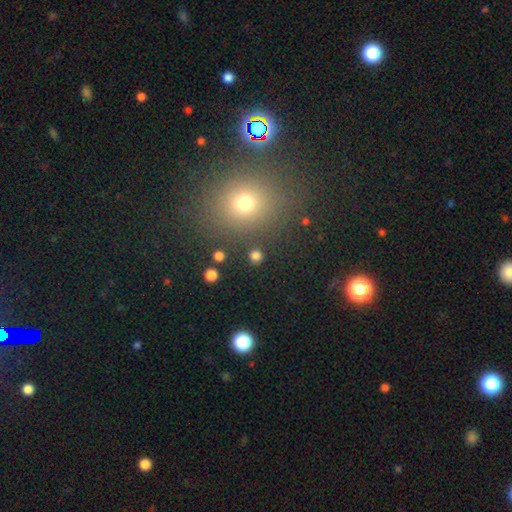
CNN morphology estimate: This appears to be a smooth galaxy with no disk features (78%) that is round (91%). Merging: none (88%).